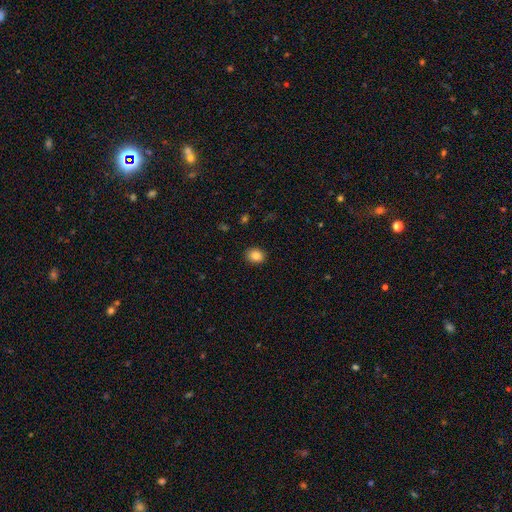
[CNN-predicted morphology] This is clearly a smooth galaxy (86%). How rounded: possibly round (58%). Merging: clearly none (90%).